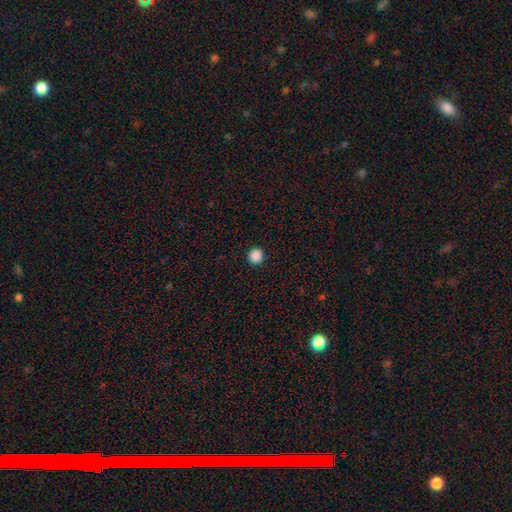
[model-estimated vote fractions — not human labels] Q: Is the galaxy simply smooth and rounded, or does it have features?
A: smooth — 88%.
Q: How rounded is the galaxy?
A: round — 92%.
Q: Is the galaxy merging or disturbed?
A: none — 93%.